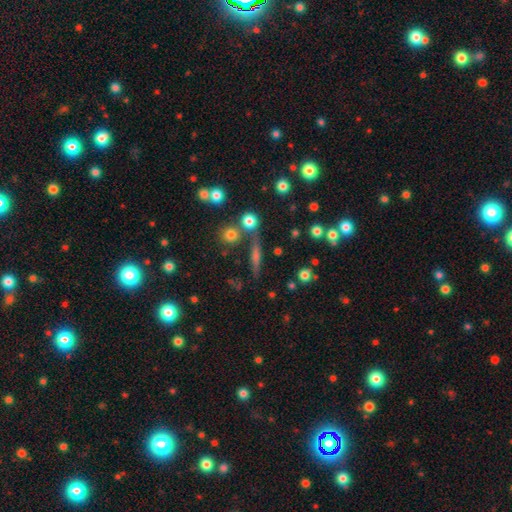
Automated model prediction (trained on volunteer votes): This is marginally a featured or disk galaxy (42%). Merging: likely none (74%).